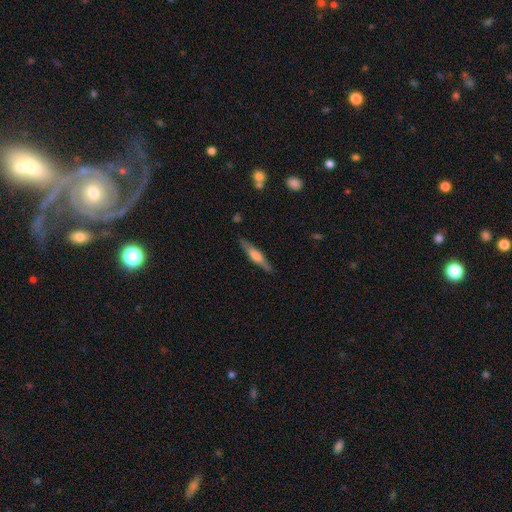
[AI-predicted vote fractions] This appears to be a featured or disk galaxy (51%) viewed edge-on (91%). Merging: none (84%).